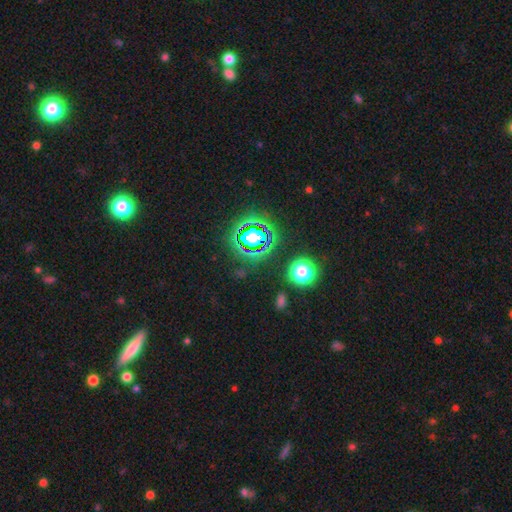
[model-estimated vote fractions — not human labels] This is likely a star or artifact rather than a galaxy (75%).